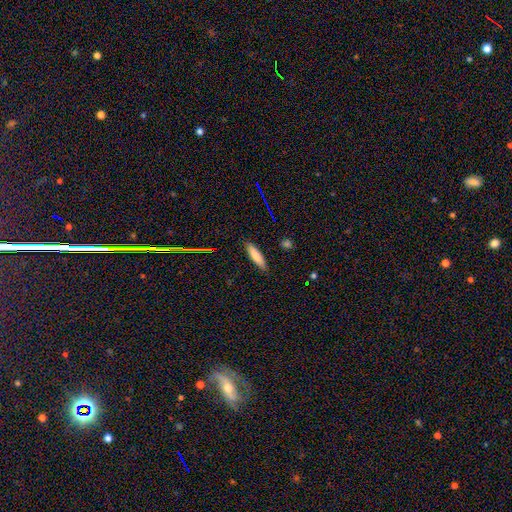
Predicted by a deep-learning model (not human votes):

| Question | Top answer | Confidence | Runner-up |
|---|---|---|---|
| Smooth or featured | smooth | 78% | featured or disk (13%) |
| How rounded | cigar-shaped | 67% | in between (31%) |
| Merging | none | 87% | minor disturbance (10%) |